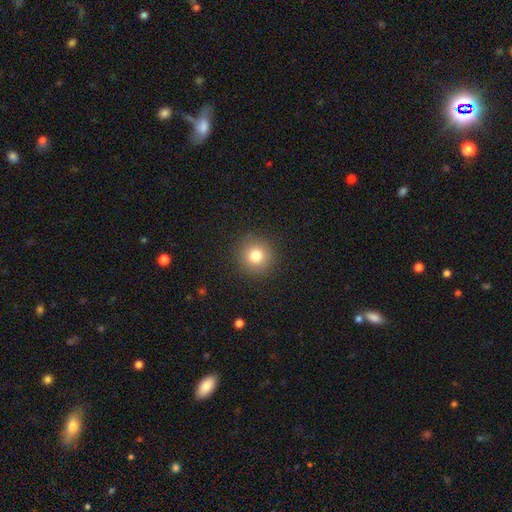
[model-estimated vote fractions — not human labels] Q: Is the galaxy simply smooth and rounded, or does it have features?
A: smooth — 80%.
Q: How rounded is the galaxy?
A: round — 94%.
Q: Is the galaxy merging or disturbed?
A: none — 90%.